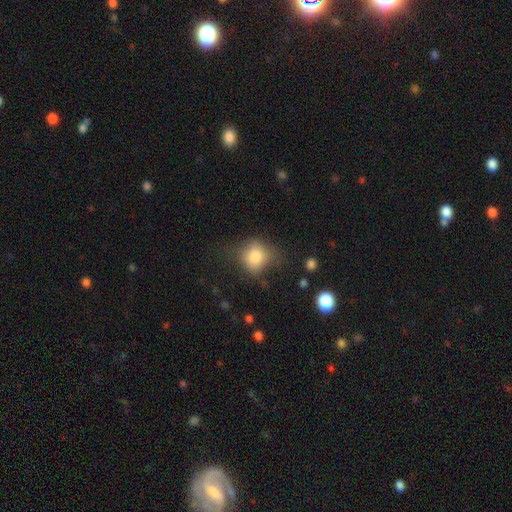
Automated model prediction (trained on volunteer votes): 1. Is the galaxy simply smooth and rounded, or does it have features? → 79% smooth, 11% featured or disk, 10% star or artifact.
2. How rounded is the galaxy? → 65% round, 33% in between, 1% cigar-shaped.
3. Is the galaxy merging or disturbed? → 51% none, 30% minor disturbance, 17% major disturbance, 2% merger.